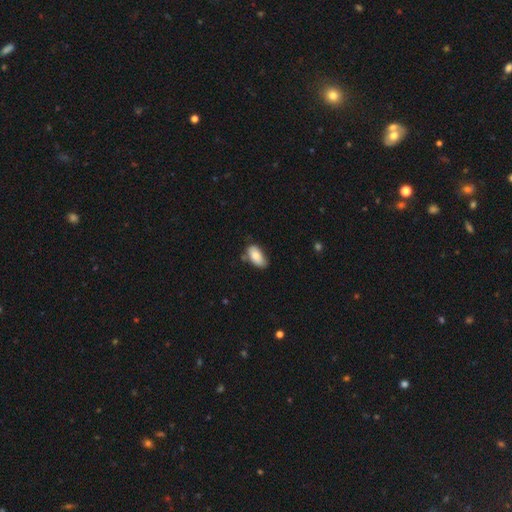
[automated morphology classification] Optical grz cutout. It shows a smooth galaxy with no disk features (81%) that is in between round and cigar-shaped (93%). Merging: none (63%).